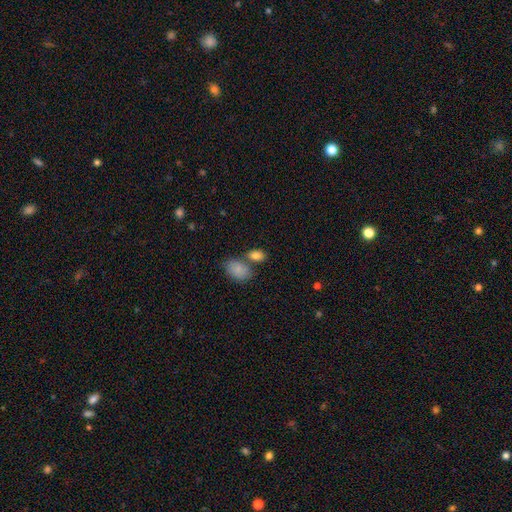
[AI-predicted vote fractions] This appears to be a smooth galaxy with no disk features (84%) that is in between round and cigar-shaped (84%). Merging: none (52%).